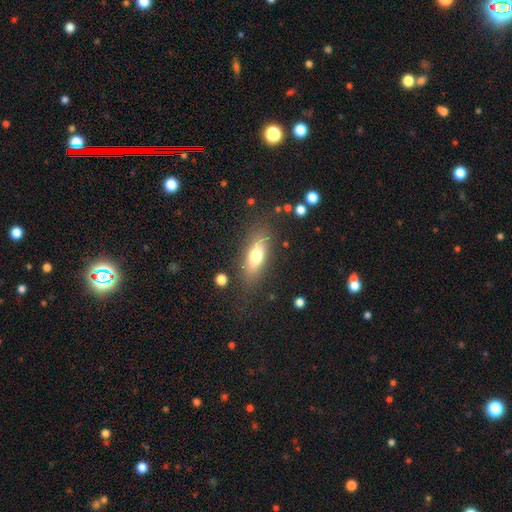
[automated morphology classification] type=smooth (67%); roundness=in between (65%); merging=none (80%).